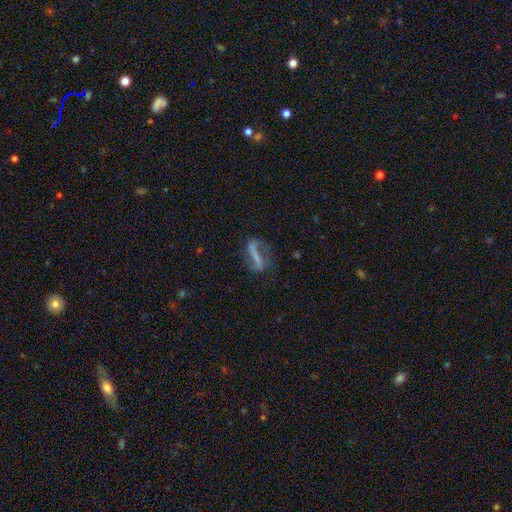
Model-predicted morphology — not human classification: Smooth or featured? Predicted: featured or disk (p=0.68). Edge-on disk? Predicted: no (p=0.90). Bar? Predicted: strong (p=0.62). Spiral arms? Predicted: yes (p=0.76). Bulge size? Predicted: none (p=0.69). Merging? Predicted: none (p=0.55).